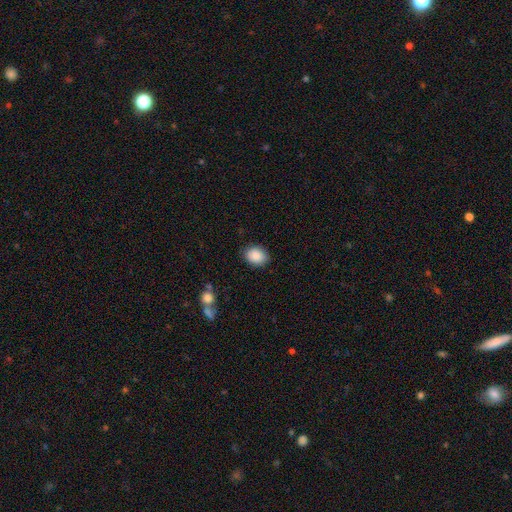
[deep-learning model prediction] smooth-or-featured: smooth: 88% | star or artifact: 8% | featured or disk: 4%
  how-rounded: in between: 62% | round: 37% | cigar-shaped: 1%
  merging: none: 87% | minor disturbance: 10% | major disturbance: 2% | merger: 1%